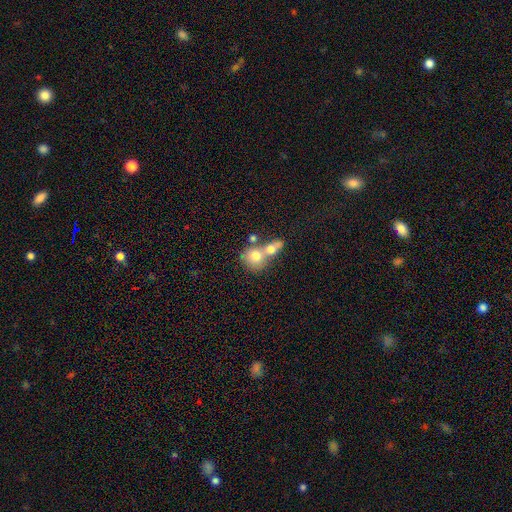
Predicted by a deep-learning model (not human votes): Overall: smooth (70%). How rounded: round (72%). Merging: merger (67%).